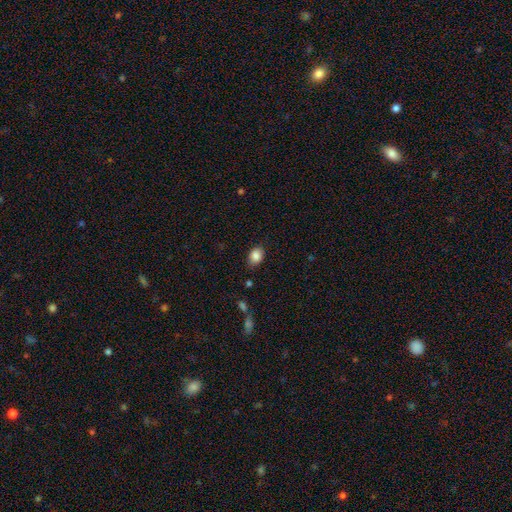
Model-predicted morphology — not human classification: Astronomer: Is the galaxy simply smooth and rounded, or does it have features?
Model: smooth — 87%.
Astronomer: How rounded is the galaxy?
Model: in between — 74%.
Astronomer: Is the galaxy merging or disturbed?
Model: none — 83%.